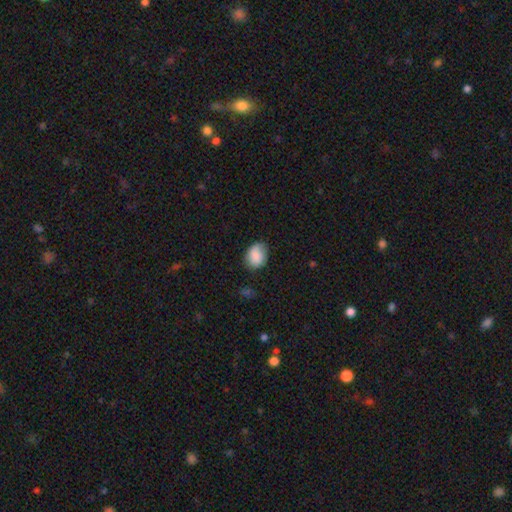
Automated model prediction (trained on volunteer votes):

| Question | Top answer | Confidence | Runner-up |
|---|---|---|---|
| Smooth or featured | smooth | 85% | featured or disk (8%) |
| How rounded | in between | 63% | round (36%) |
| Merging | none | 69% | minor disturbance (25%) |